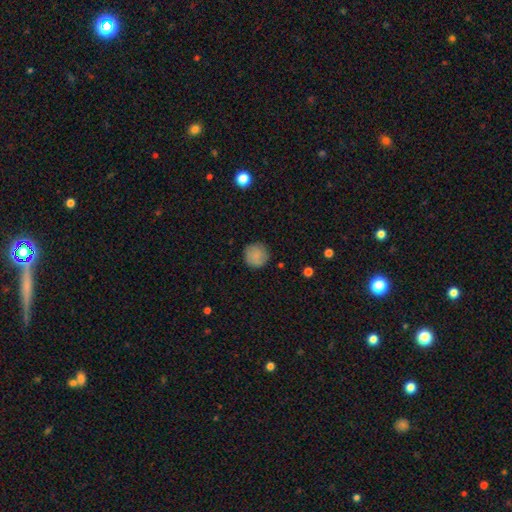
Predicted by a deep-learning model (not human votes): Morphology: type=smooth (84%); roundness=round (95%); merging=none (87%).